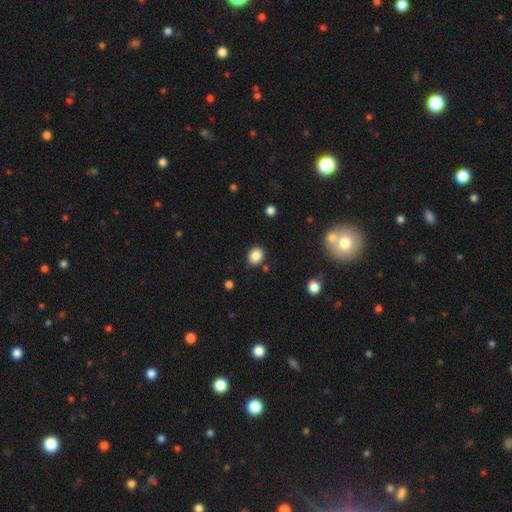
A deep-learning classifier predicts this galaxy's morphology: This is clearly a smooth galaxy (85%). How rounded: likely round (63%). Merging: clearly none (85%).